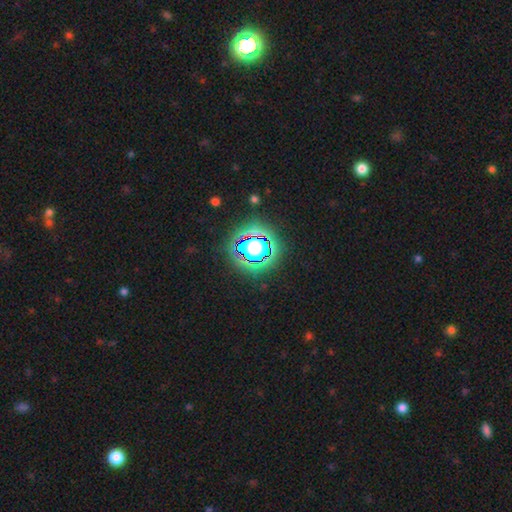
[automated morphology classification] Smooth or featured?
  - star or artifact: 80% *
  - smooth: 12%
  - featured or disk: 7%